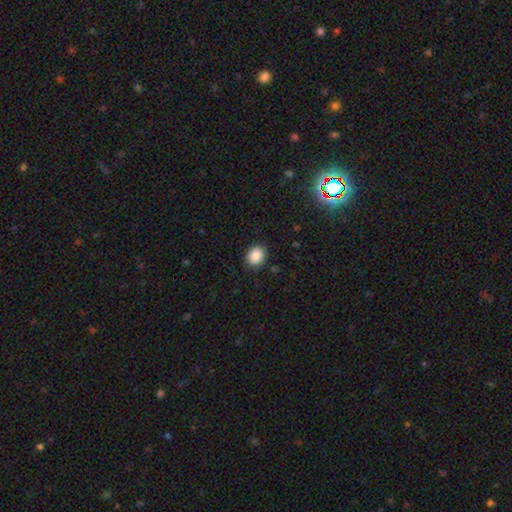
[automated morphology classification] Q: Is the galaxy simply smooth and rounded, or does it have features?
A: smooth — 88%.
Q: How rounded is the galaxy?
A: round — 60%.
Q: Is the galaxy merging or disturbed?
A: none — 88%.